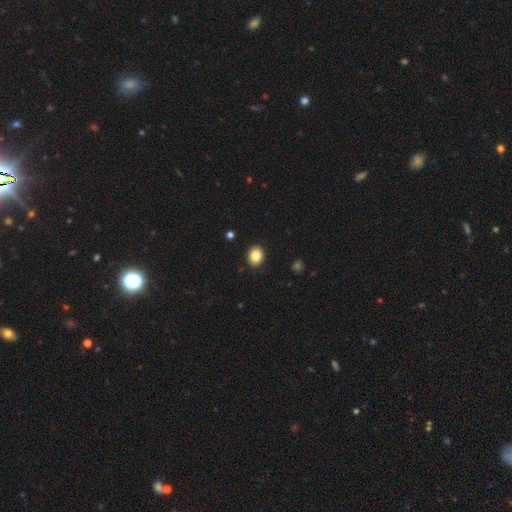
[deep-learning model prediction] A smooth galaxy with no disk features (84%) that is round (58%).

Vote fractions:
- Smooth or featured? smooth: 84% / star or artifact: 9% / featured or disk: 6%
- How rounded? round: 58% / in between: 41% / cigar-shaped: 1%
- Merging? none: 90% / minor disturbance: 7% / major disturbance: 2% / merger: 1%